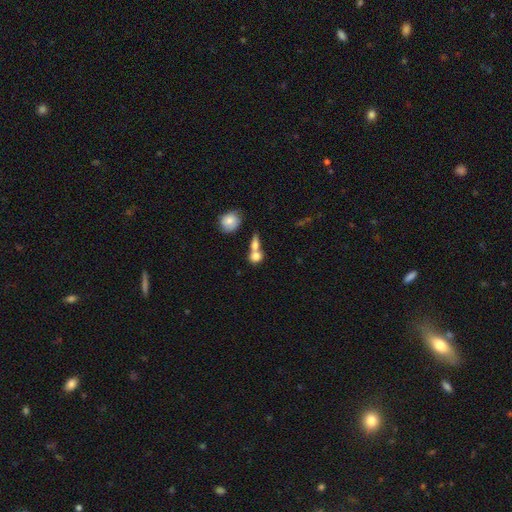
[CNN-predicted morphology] This is likely a smooth galaxy (77%). How rounded: possibly round (58%). Merging: possibly merger (58%).